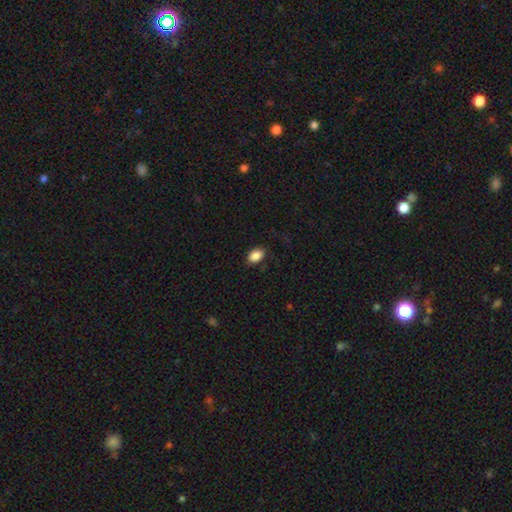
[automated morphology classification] smooth 88%, star or artifact 8%, featured or disk 3%. Down the decision tree: how rounded — in between (84%); merging — none (84%).